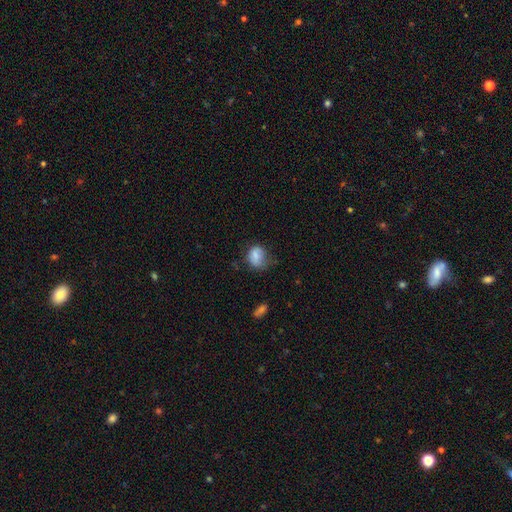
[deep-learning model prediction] This appears to be a smooth galaxy with no disk features (81%) that is round (51%). Merging: none (47%).